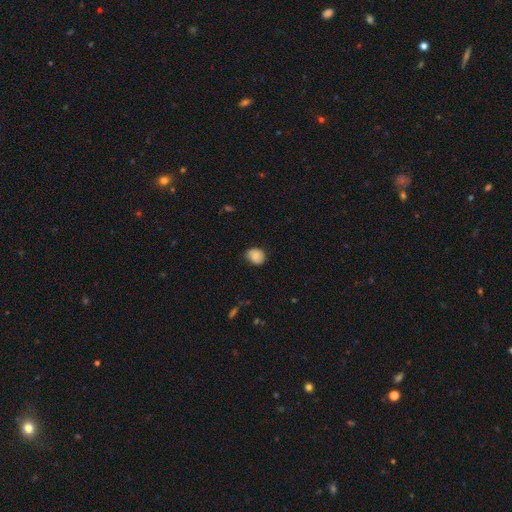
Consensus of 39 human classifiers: A smooth galaxy with no disk features (79%) that is round (58%). Merging: none (46%, tied with minor disturbance).